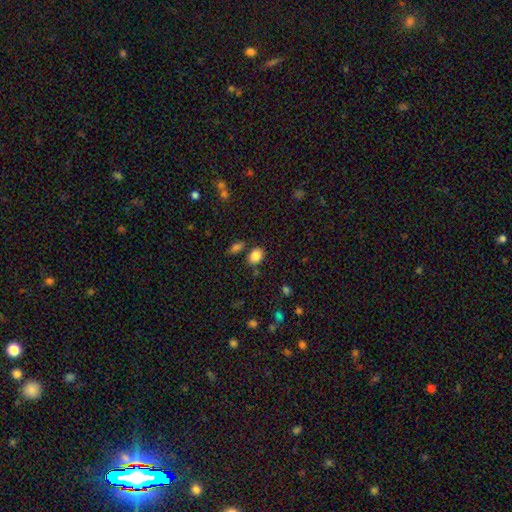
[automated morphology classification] Q: Smooth or featured?
A: smooth (85%); runner-up: star or artifact (10%)
Q: How rounded?
A: in between (63%); runner-up: round (36%)
Q: Merging?
A: none (75%); runner-up: minor disturbance (13%)